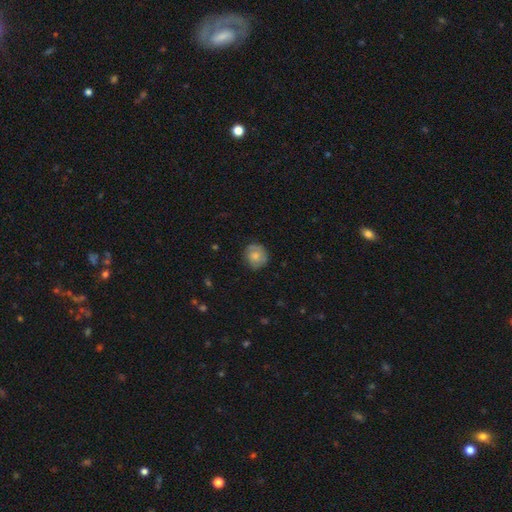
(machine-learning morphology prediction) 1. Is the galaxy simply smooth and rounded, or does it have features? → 70% smooth, 23% featured or disk, 8% star or artifact.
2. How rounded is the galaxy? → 87% round, 12% in between, 1% cigar-shaped.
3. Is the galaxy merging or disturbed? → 78% none, 17% minor disturbance, 4% major disturbance, 1% merger.